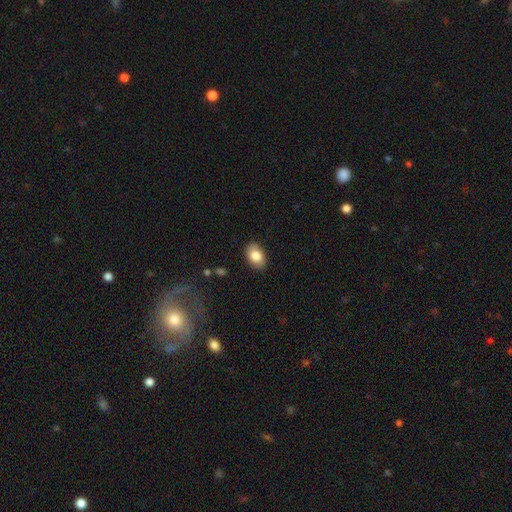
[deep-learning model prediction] Smooth or featured?
  - smooth: 83% *
  - featured or disk: 10%
  - star or artifact: 7%
How rounded?
  - in between: 88% *
  - round: 11%
  - cigar-shaped: 1%
Merging?
  - none: 86% *
  - minor disturbance: 11%
  - major disturbance: 2%
  - merger: 1%